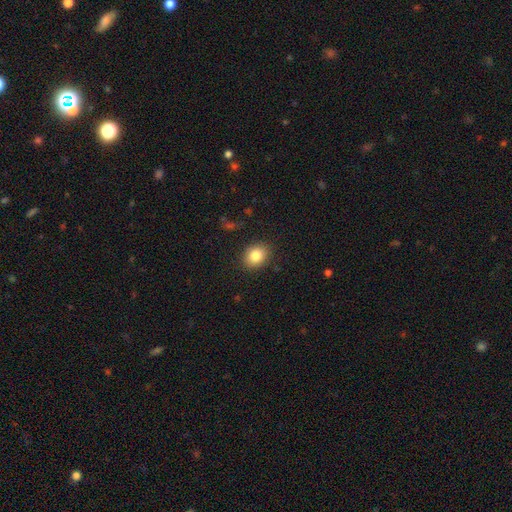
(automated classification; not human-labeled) Q: Smooth or featured?
A: smooth (83%); runner-up: star or artifact (9%)
Q: How rounded?
A: round (50%); runner-up: in between (49%)
Q: Merging?
A: none (88%); runner-up: minor disturbance (9%)